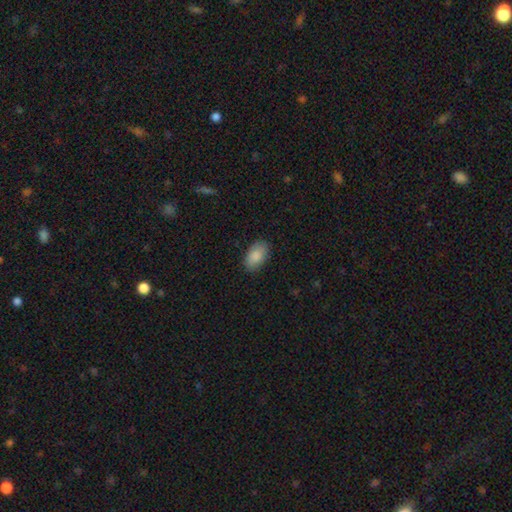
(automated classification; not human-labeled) This is clearly a smooth galaxy (88%). How rounded: clearly in between (94%). Merging: clearly none (84%).